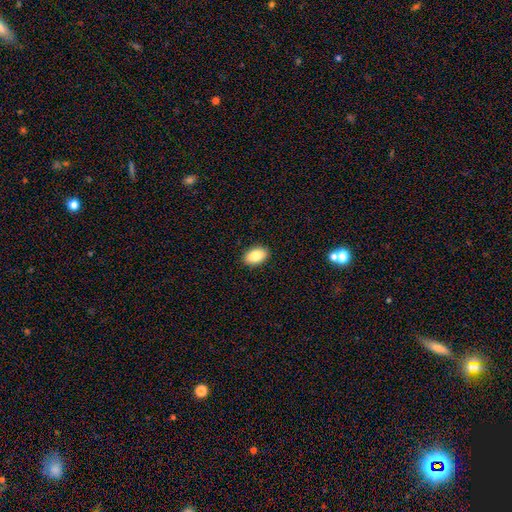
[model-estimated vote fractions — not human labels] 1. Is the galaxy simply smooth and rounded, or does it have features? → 85% smooth, 8% featured or disk, 7% star or artifact.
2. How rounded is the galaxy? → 91% in between, 8% round, 1% cigar-shaped.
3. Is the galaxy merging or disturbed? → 90% none, 7% minor disturbance, 2% major disturbance, 1% merger.